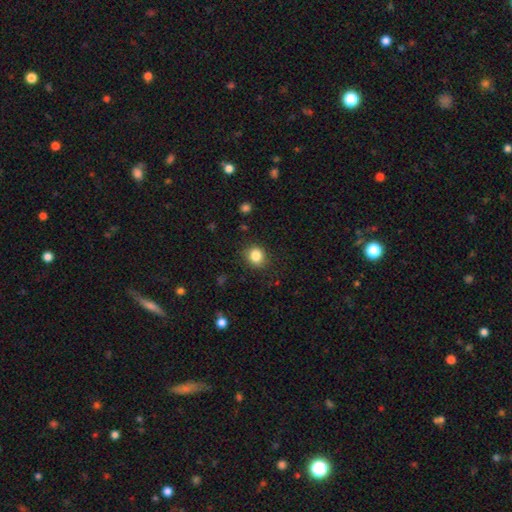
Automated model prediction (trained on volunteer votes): A smooth galaxy with no disk features (84%) that is round (75%).

Vote fractions:
- Smooth or featured? smooth: 84% / star or artifact: 11% / featured or disk: 5%
- How rounded? round: 75% / in between: 24% / cigar-shaped: 1%
- Merging? none: 86% / minor disturbance: 10% / major disturbance: 3% / merger: 1%